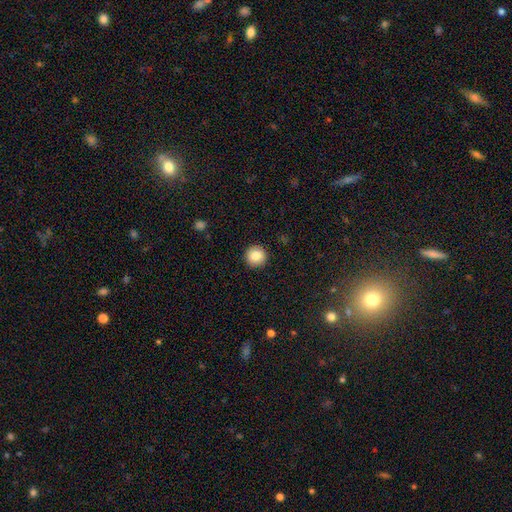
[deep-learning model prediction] smooth 85%, star or artifact 9%, featured or disk 6%. Down the decision tree: how rounded — round (96%); merging — none (93%).